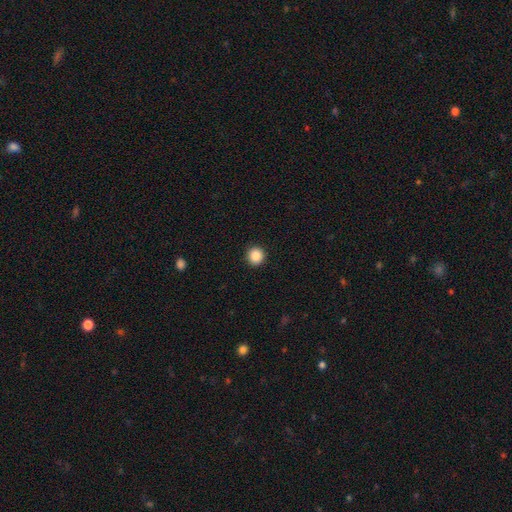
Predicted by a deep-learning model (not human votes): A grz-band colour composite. It shows a smooth galaxy with no disk features (86%) that is round (93%). Merging: none (93%).